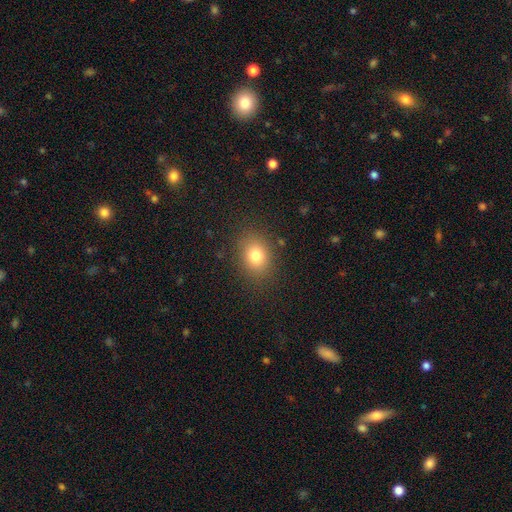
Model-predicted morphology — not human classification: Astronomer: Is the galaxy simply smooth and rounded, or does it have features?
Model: smooth — 79%.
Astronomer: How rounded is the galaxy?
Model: in between — 55% (runner-up: round, 44%).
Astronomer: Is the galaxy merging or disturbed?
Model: none — 85%.